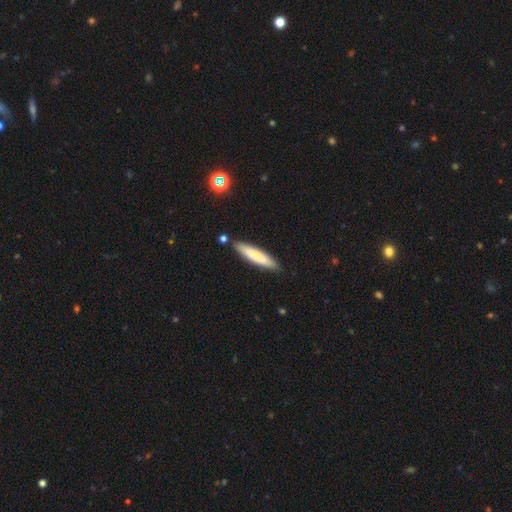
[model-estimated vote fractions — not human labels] Smooth or featured? smooth (74%)
How rounded? cigar-shaped (85%)
Merging? none (84%)